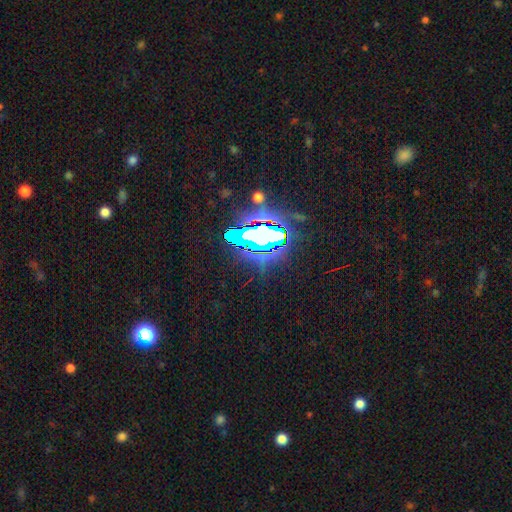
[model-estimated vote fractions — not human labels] A star or artifact, not a galaxy (79%).